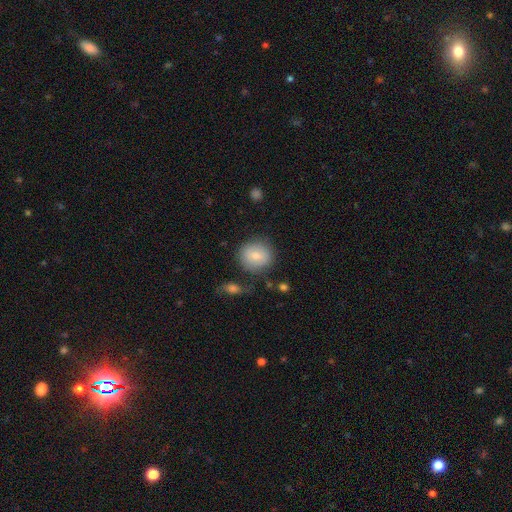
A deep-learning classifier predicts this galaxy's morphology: The model was most divided on "smooth or featured": smooth: 76%, featured or disk: 16%, star or artifact: 8%. More confident: how rounded — round (85%); merging — none (79%).